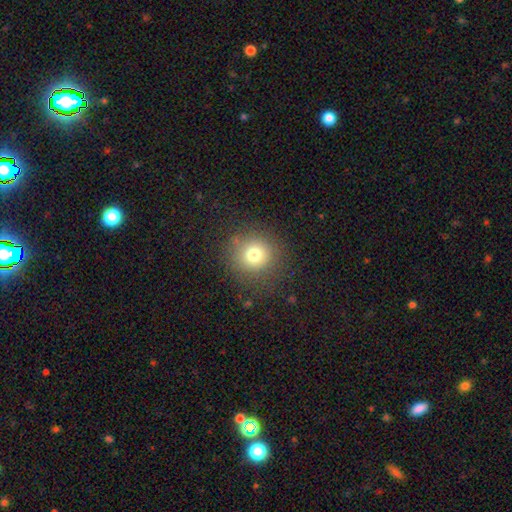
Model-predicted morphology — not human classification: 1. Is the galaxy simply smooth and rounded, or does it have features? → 75% smooth, 14% star or artifact, 10% featured or disk.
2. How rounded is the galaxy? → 92% round, 7% in between, 1% cigar-shaped.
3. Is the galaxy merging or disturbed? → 84% none, 10% minor disturbance, 4% major disturbance, 2% merger.